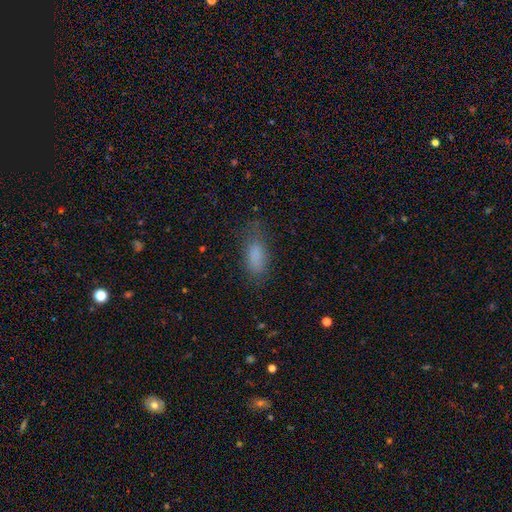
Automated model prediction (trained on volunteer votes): Morphology: type=smooth (83%); roundness=in between (83%); merging=none (70%).